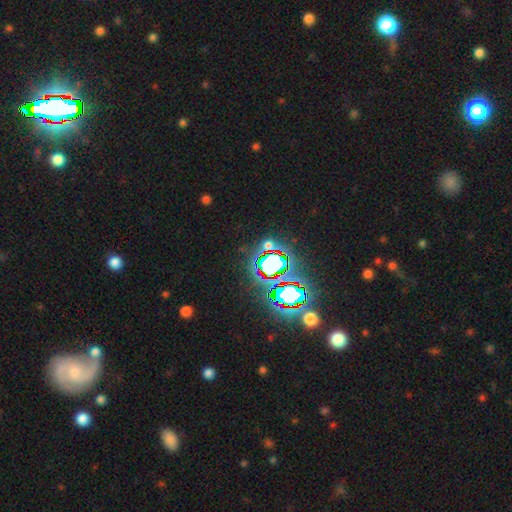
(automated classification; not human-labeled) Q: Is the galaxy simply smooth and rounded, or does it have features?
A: star or artifact — 79%.